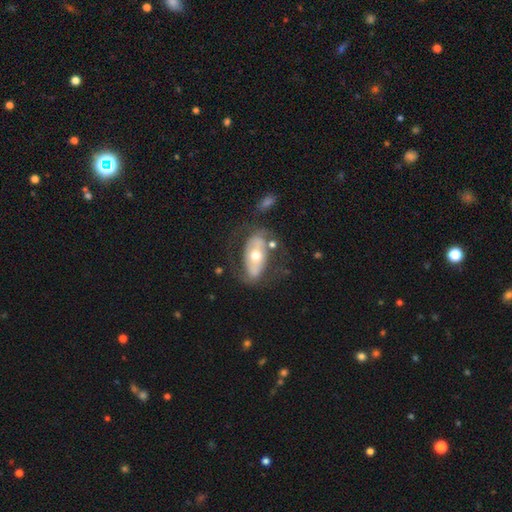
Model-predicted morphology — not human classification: smooth-or-featured: featured or disk: 61% | smooth: 33% | star or artifact: 6%
  disk-edge-on: no: 88% | yes: 12%
    bar: no: 55% | strong: 25% | weak: 20%
    has-spiral-arms: no: 52% | yes: 48%
    bulge-size: moderate: 71% | small: 17% | large: 9% | dominant: 1% | none: 1%
  merging: none: 57% | minor disturbance: 19% | major disturbance: 17% | merger: 6%